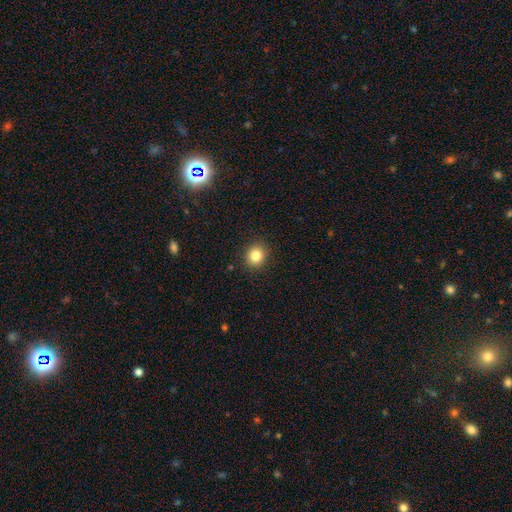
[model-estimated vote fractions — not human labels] This appears to be a smooth galaxy with no disk features (84%) that is round (80%). Merging: none (91%).